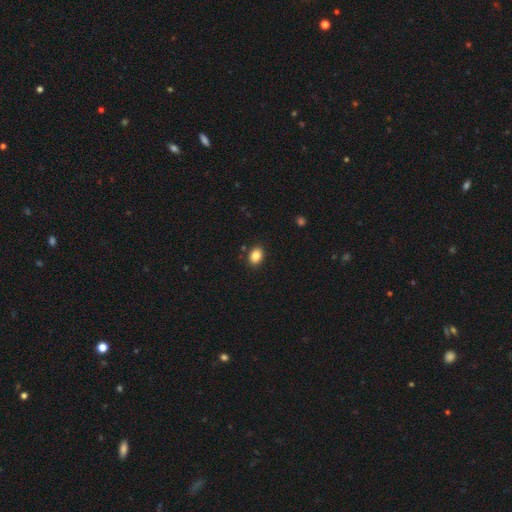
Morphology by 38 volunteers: Smooth or featured: smooth — 92% (star or artifact — 5%)
How rounded: in between — 74% (round — 23%)
Merging: none — 94% (minor disturbance — 6%)